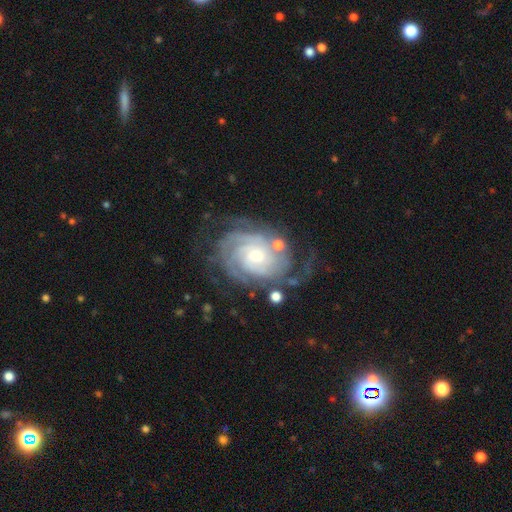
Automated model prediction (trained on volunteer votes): Smooth or featured: featured or disk — 89% (smooth — 6%)
Edge-on disk: no — 97% (yes — 3%)
Bar: no — 70% (weak — 24%)
Spiral arms: yes — 97% (no — 3%)
Spiral winding: tight — 76% (medium — 20%)
Spiral arm count: can't tell — 27% (3 — 22%)
Bulge size: small — 52% (moderate — 44%)
Merging: none — 65% (minor disturbance — 19%)